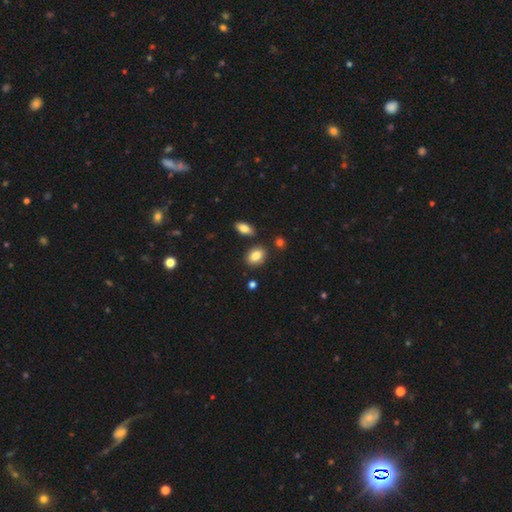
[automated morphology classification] smooth-or-featured: smooth: 84% | star or artifact: 8% | featured or disk: 8%
  how-rounded: in between: 78% | round: 20% | cigar-shaped: 2%
  merging: none: 80% | minor disturbance: 11% | merger: 6% | major disturbance: 3%